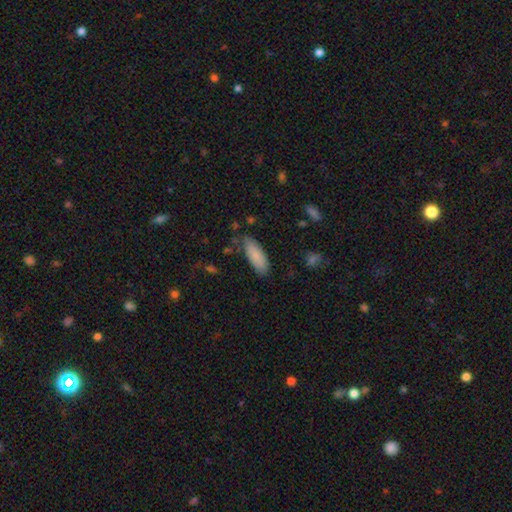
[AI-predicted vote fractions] Smooth or featured? smooth (84%)
How rounded? in between (71%)
Merging? none (74%)